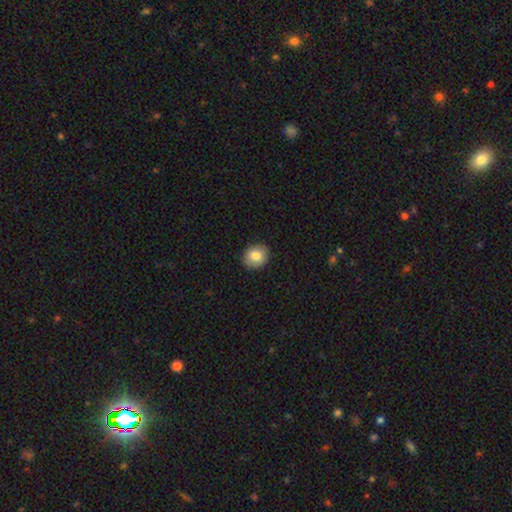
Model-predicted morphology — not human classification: A smooth galaxy with no disk features (82%) that is round (74%).

Vote fractions:
- Smooth or featured? smooth: 82% / featured or disk: 10% / star or artifact: 8%
- How rounded? round: 74% / in between: 25% / cigar-shaped: 1%
- Merging? none: 90% / minor disturbance: 8% / major disturbance: 2% / merger: 1%